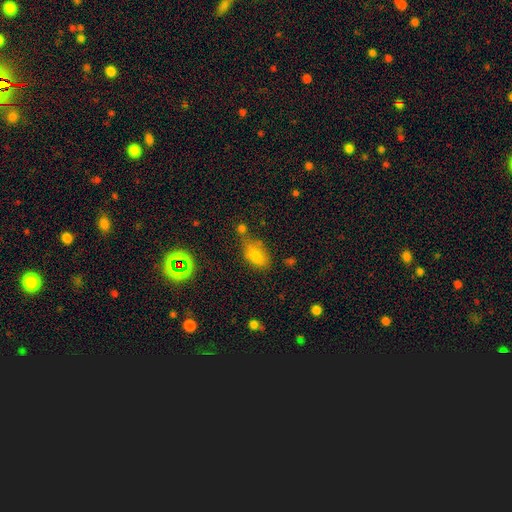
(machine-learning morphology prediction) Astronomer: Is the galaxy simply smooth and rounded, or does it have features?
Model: smooth — 77%.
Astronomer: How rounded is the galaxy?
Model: in between — 89%.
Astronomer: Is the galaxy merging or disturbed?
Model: none — 57%.